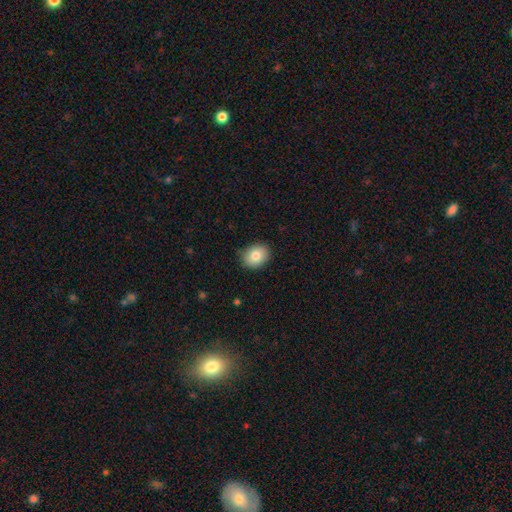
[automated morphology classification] Overall: smooth (83%). How rounded: in between (55%; round 44%). Merging: none (88%).